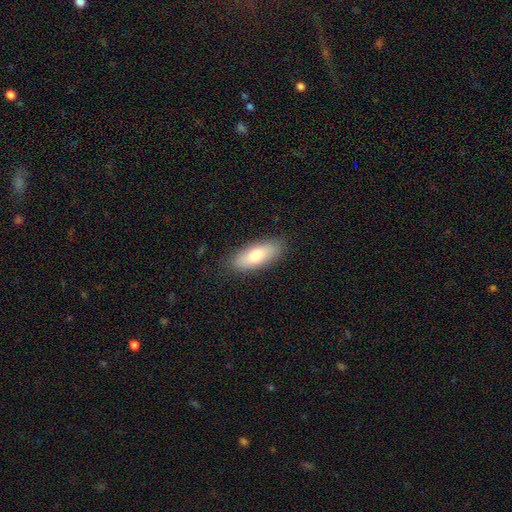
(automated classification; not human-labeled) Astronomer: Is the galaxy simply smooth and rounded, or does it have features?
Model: smooth — 73%.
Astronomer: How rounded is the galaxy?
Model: in between — 69%.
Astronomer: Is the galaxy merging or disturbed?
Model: none — 86%.